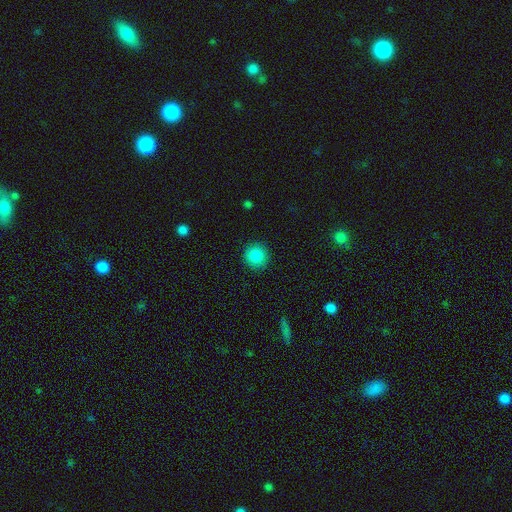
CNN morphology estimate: Q: Smooth or featured?
A: smooth (85%); runner-up: star or artifact (9%)
Q: How rounded?
A: round (94%); runner-up: in between (6%)
Q: Merging?
A: none (91%); runner-up: minor disturbance (6%)